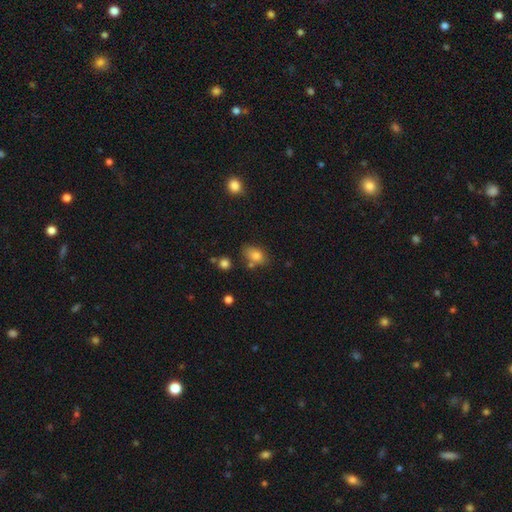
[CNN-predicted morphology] A smooth galaxy with no disk features (79%) that is in between round and cigar-shaped (79%). Merging: none (66%).